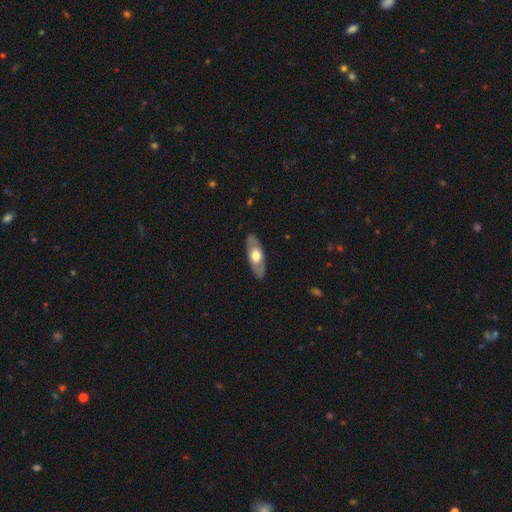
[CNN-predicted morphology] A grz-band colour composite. It shows a featured or disk galaxy (49%). Merging: none (86%).